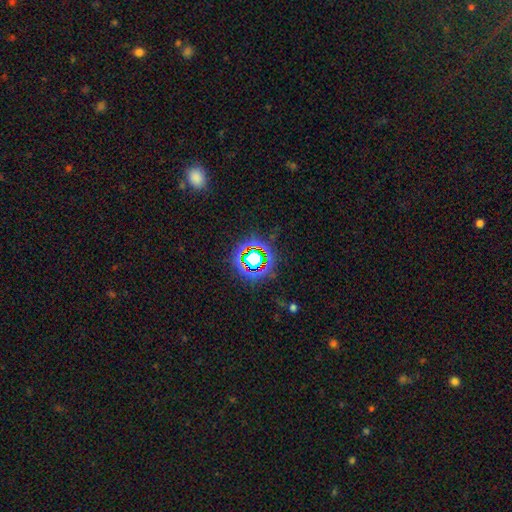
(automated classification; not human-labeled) Morphology: type=star or artifact (64%).